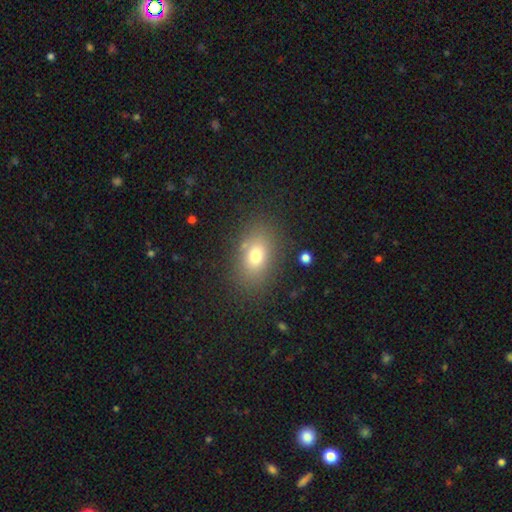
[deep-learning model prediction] Smooth or featured? Predicted: smooth (p=0.74). How rounded? Predicted: in between (p=0.79). Merging? Predicted: none (p=0.82).